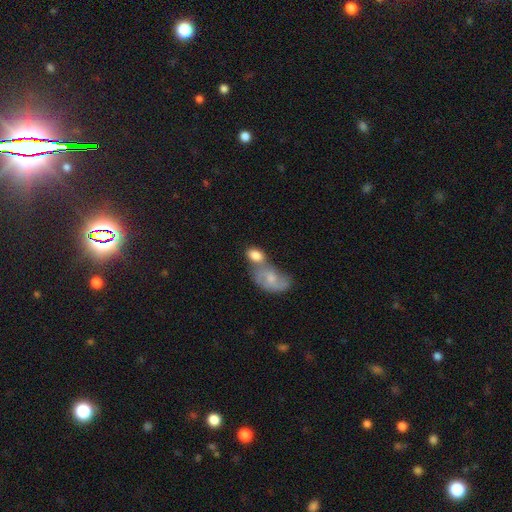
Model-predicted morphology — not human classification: A smooth galaxy with no disk features (73%) that is in between round and cigar-shaped (83%). Merging: merger (57%).